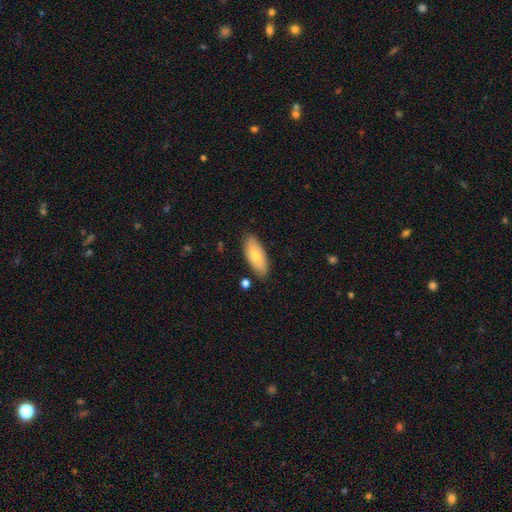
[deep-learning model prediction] smooth_or_featured: smooth (p=0.71) [alt: featured or disk p=0.24]
how_rounded: in between (p=0.87) [alt: cigar-shaped p=0.11]
merging: none (p=0.82) [alt: minor disturbance p=0.14]